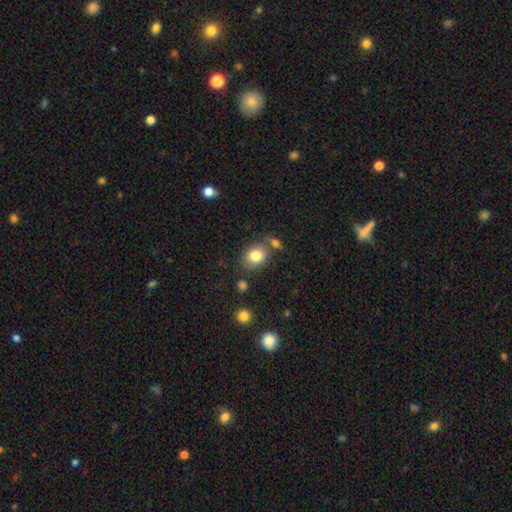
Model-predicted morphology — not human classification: Smooth or featured? Predicted: smooth (p=0.82). How rounded? Predicted: in between (p=0.53). Merging? Predicted: none (p=0.69).